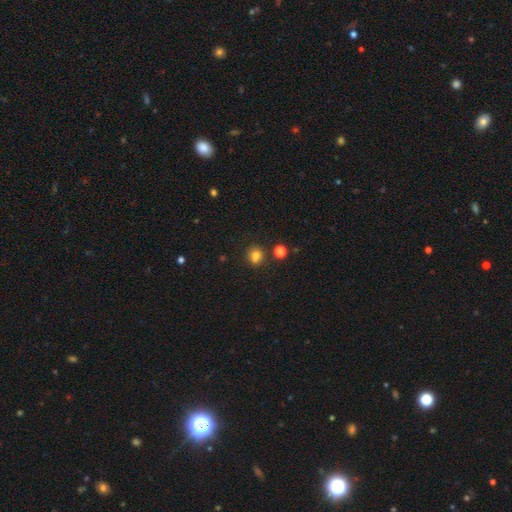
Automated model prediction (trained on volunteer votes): smooth-or-featured: smooth: 77% | star or artifact: 16% | featured or disk: 8%
  how-rounded: round: 73% | in between: 26% | cigar-shaped: 1%
  merging: none: 68% | merger: 15% | minor disturbance: 13% | major disturbance: 4%